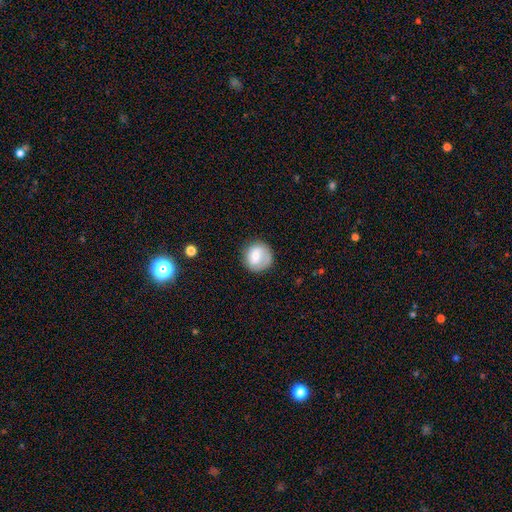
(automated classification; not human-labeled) A smooth galaxy with no disk features (62%) that is round (89%).

Vote fractions:
- Smooth or featured? smooth: 62% / featured or disk: 30% / star or artifact: 8%
- How rounded? round: 89% / in between: 10% / cigar-shaped: 1%
- Merging? none: 77% / minor disturbance: 16% / major disturbance: 5% / merger: 2%